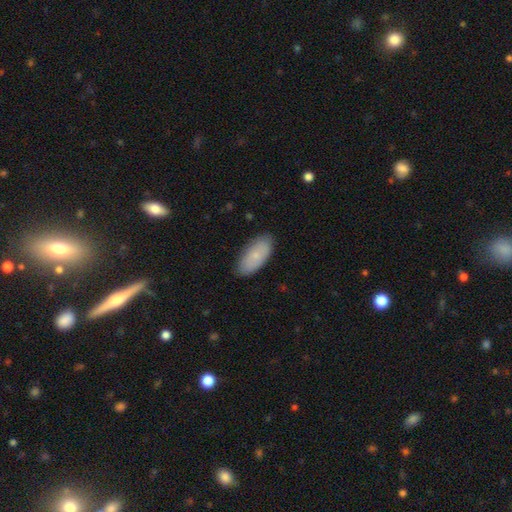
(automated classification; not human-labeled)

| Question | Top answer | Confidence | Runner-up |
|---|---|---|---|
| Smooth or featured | smooth | 75% | featured or disk (18%) |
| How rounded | in between | 91% | cigar-shaped (7%) |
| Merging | none | 84% | minor disturbance (13%) |